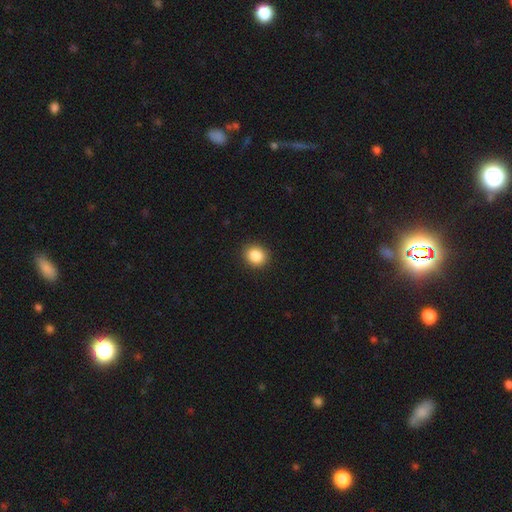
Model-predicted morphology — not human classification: Overall: smooth (87%). How rounded: round (79%). Merging: none (91%).